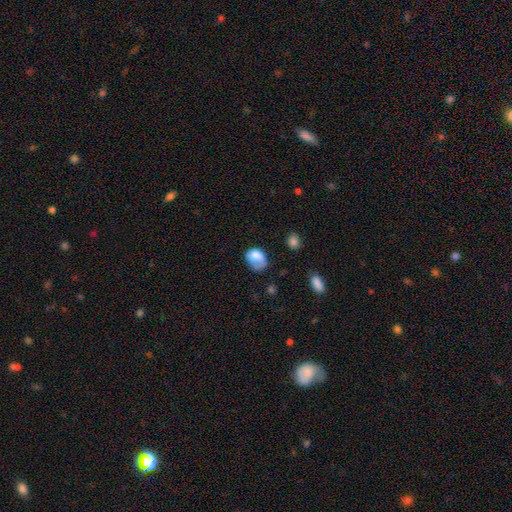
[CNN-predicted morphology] Smooth or featured? smooth (76%)
How rounded? in between (67%)
Merging? none (36%, tied with minor disturbance)